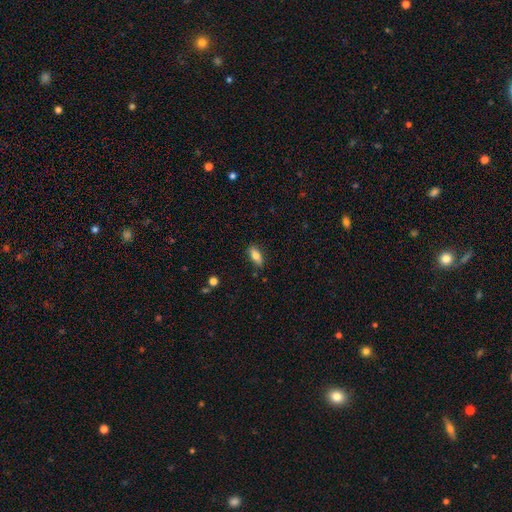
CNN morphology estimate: Smooth or featured? smooth (75%)
How rounded? in between (77%)
Merging? none (83%)